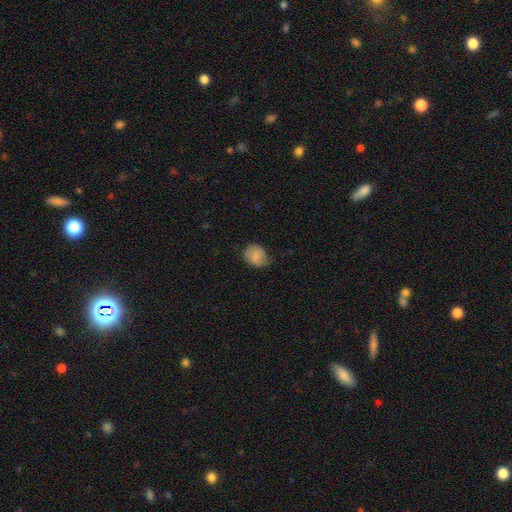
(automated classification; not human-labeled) This is likely a smooth galaxy (75%). How rounded: possibly round (54%). Merging: possibly none (58%).